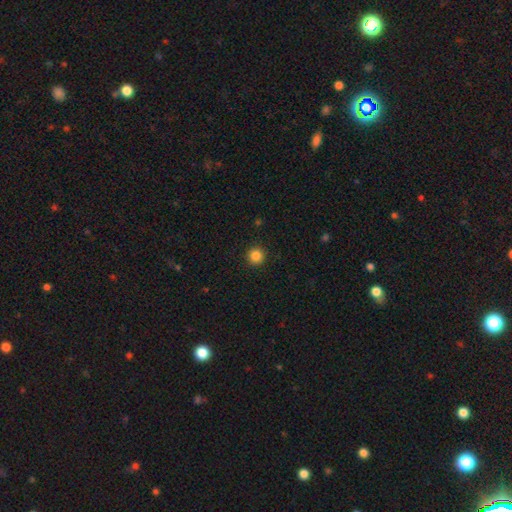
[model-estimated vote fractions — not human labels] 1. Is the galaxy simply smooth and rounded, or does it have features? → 85% smooth, 11% star or artifact, 3% featured or disk.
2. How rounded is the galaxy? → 96% round, 3% in between, 1% cigar-shaped.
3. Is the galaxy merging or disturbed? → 93% none, 4% minor disturbance, 2% major disturbance, 1% merger.